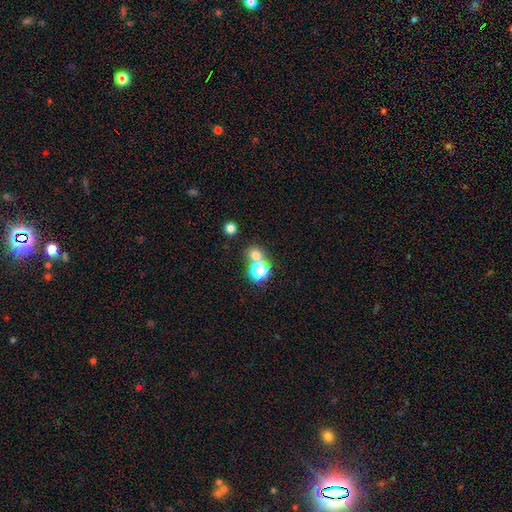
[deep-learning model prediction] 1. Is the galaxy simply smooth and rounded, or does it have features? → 67% smooth, 25% star or artifact, 8% featured or disk.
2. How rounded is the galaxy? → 81% round, 18% in between, 1% cigar-shaped.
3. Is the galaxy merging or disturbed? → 57% none, 33% merger, 7% minor disturbance, 4% major disturbance.